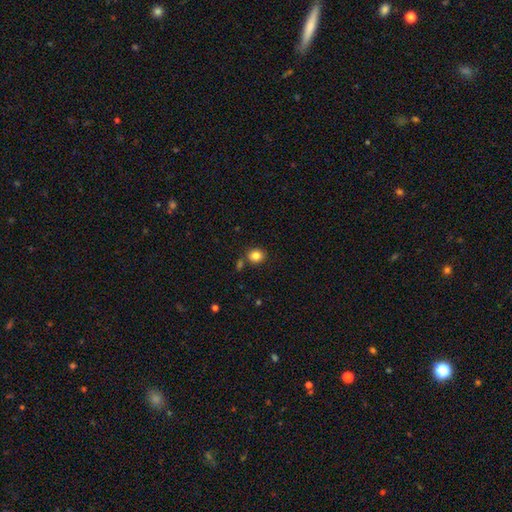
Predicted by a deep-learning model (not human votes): A smooth galaxy with no disk features (84%) that is round (75%).

Vote fractions:
- Smooth or featured? smooth: 84% / star or artifact: 10% / featured or disk: 6%
- How rounded? round: 75% / in between: 24% / cigar-shaped: 1%
- Merging? none: 77% / minor disturbance: 10% / merger: 10% / major disturbance: 3%